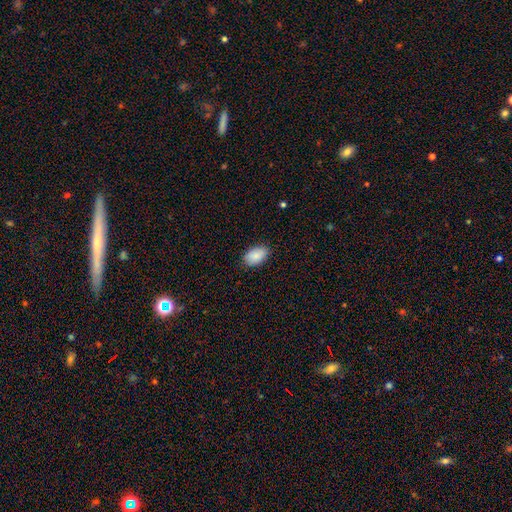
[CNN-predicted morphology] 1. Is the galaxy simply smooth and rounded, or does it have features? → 88% smooth, 6% star or artifact, 5% featured or disk.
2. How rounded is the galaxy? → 93% in between, 6% round, 1% cigar-shaped.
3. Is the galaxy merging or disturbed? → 87% none, 10% minor disturbance, 2% major disturbance, 1% merger.